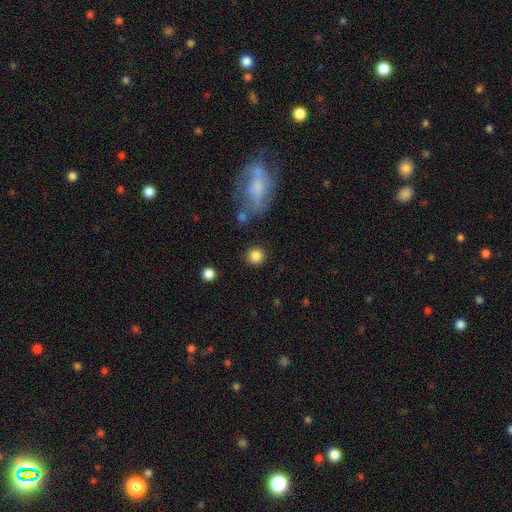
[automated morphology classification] smooth_or_featured: smooth (p=0.84) [alt: star or artifact p=0.11]
how_rounded: round (p=0.93) [alt: in between p=0.06]
merging: none (p=0.87) [alt: minor disturbance p=0.07]